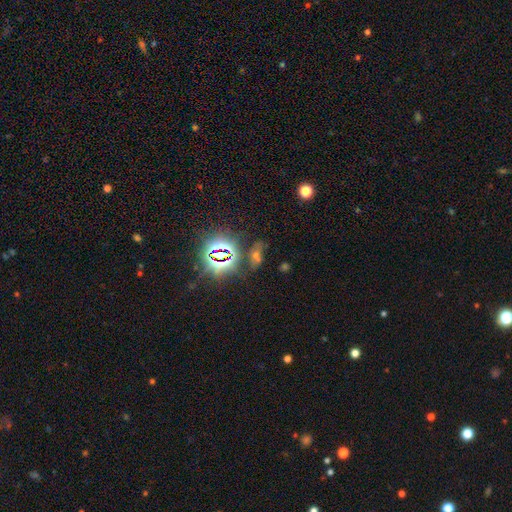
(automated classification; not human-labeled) smooth-or-featured: star or artifact: 62% | smooth: 23% | featured or disk: 15%